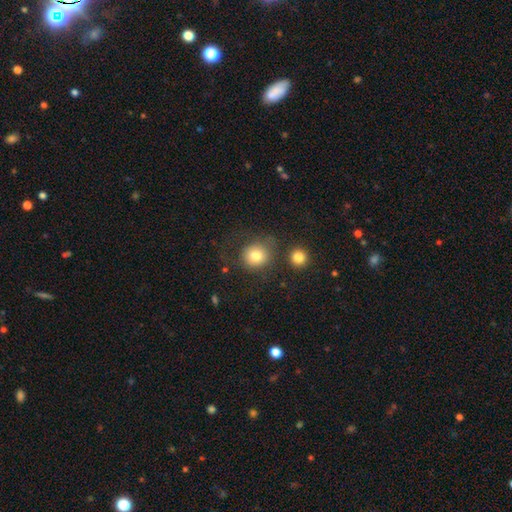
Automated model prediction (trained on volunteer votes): This appears to be a smooth galaxy with no disk features (80%) that is round (83%). Merging: none (66%).